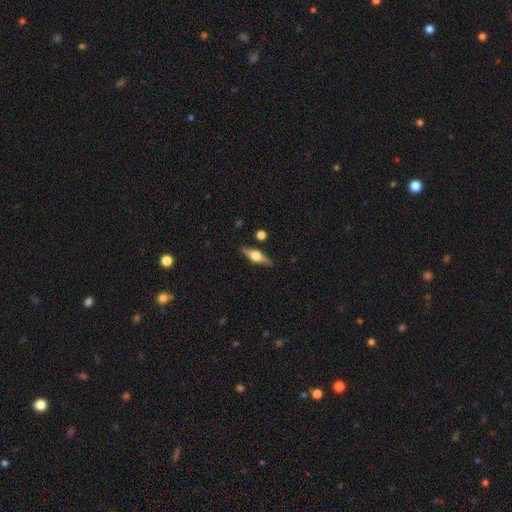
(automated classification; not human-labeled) The model was most divided on "smooth or featured": featured or disk: 67%, smooth: 26%, star or artifact: 6%. More confident: edge-on disk — yes (96%); edge-on bulge — rounded (94%); merging — none (87%).